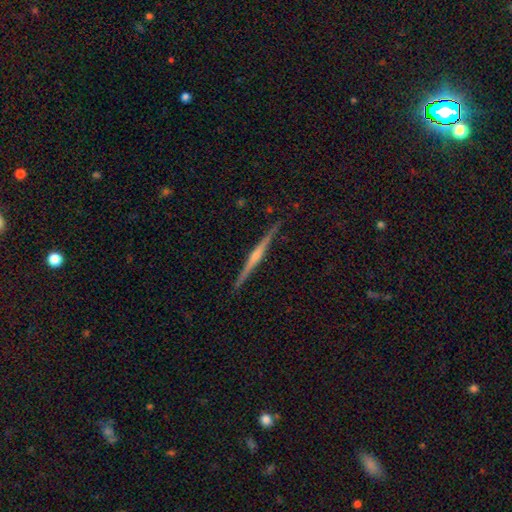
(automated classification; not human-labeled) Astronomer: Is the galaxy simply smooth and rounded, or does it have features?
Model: featured or disk — 81%.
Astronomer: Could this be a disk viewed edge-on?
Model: yes — 98%.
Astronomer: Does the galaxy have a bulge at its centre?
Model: rounded — 80%.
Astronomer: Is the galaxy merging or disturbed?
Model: none — 91%.